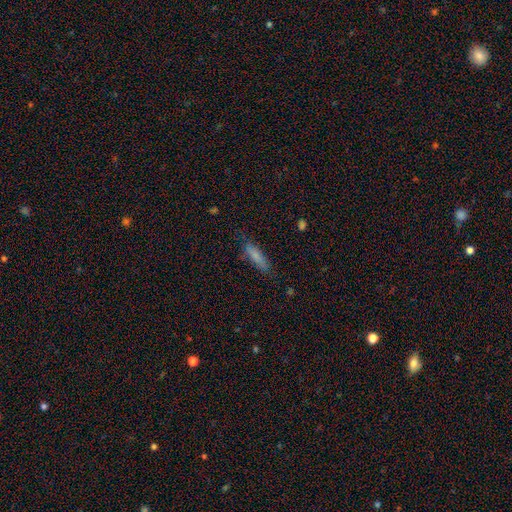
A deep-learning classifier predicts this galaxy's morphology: A smooth galaxy with no disk features (76%) that is cigar-shaped (65%).

Vote fractions:
- Smooth or featured? smooth: 76% / featured or disk: 16% / star or artifact: 8%
- How rounded? cigar-shaped: 65% / in between: 33% / round: 2%
- Merging? none: 76% / minor disturbance: 18% / major disturbance: 4% / merger: 2%